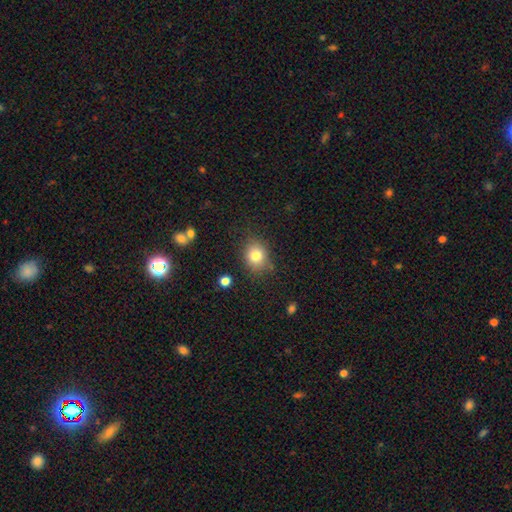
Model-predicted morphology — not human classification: type=smooth (80%); roundness=round (63%); merging=none (75%).